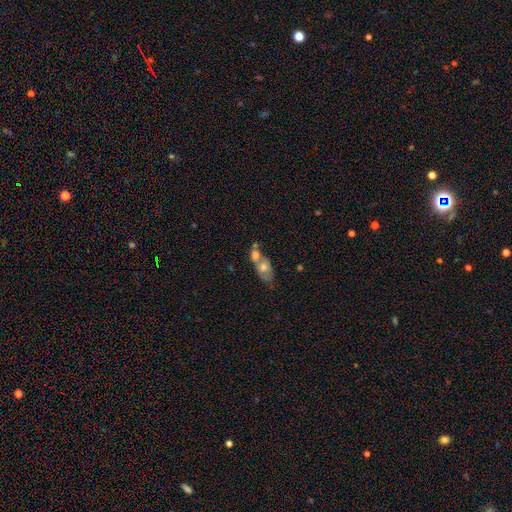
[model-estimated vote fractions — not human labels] Smooth or featured?
  - smooth: 54% *
  - featured or disk: 37%
  - star or artifact: 9%
How rounded?
  - in between: 72% *
  - round: 19%
  - cigar-shaped: 8%
Merging?
  - merger: 59% *
  - none: 26%
  - minor disturbance: 10%
  - major disturbance: 5%